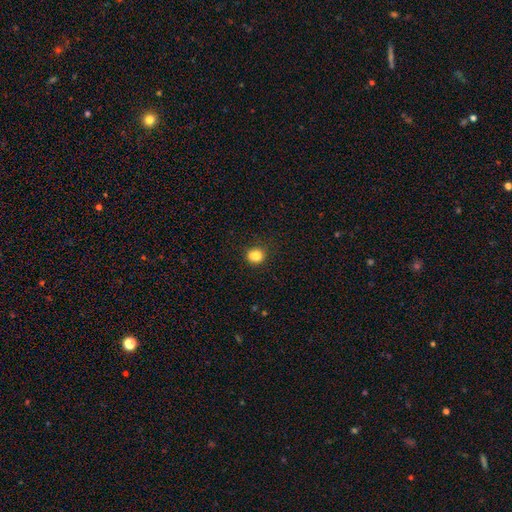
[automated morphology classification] Smooth or featured?
  - smooth: 84% *
  - star or artifact: 11%
  - featured or disk: 5%
How rounded?
  - round: 67% *
  - in between: 32%
  - cigar-shaped: 1%
Merging?
  - none: 76% *
  - minor disturbance: 17%
  - major disturbance: 4%
  - merger: 4%